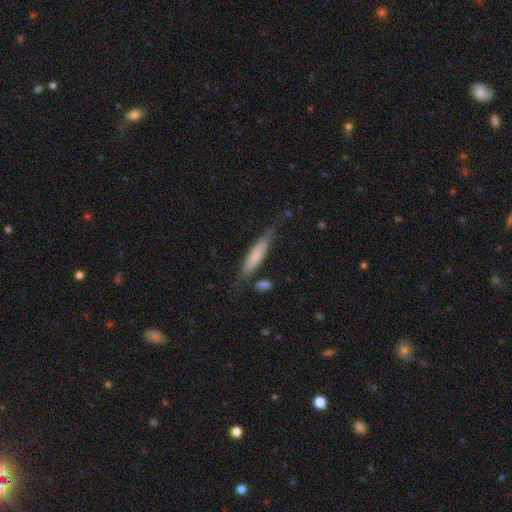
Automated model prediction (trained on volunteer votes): Smooth or featured? Predicted: smooth (p=0.66). How rounded? Predicted: cigar-shaped (p=0.85). Merging? Predicted: none (p=0.67).